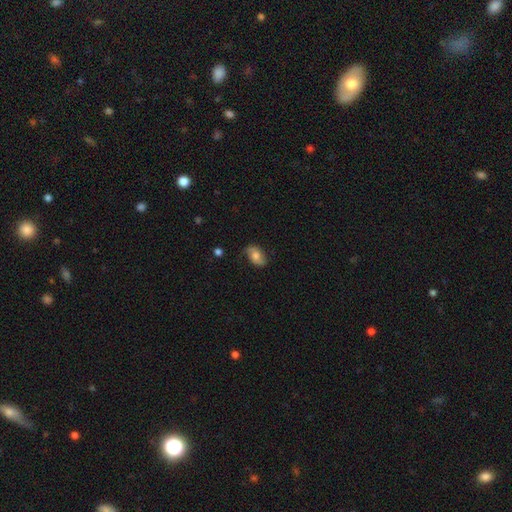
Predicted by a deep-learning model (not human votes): smooth_or_featured: smooth (p=0.61) [alt: featured or disk p=0.31]
how_rounded: in between (p=0.88) [alt: round p=0.10]
merging: none (p=0.74) [alt: minor disturbance p=0.20]